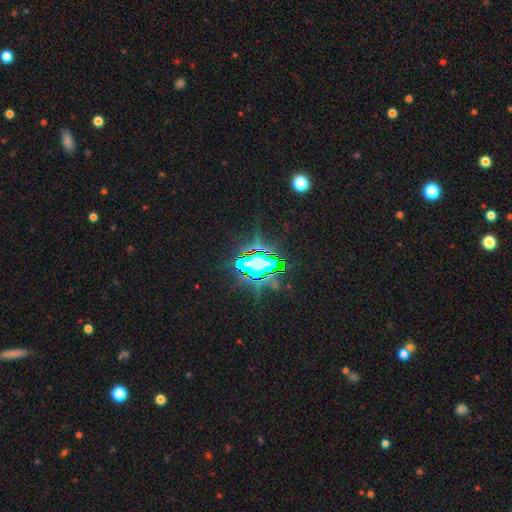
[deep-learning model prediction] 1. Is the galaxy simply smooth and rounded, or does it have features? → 83% star or artifact, 9% smooth, 8% featured or disk.